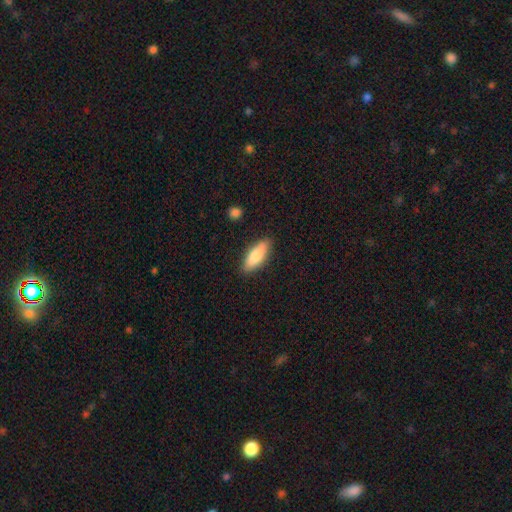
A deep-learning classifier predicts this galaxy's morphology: A smooth galaxy with no disk features (80%) that is in between round and cigar-shaped (66%). Merging: none (85%).